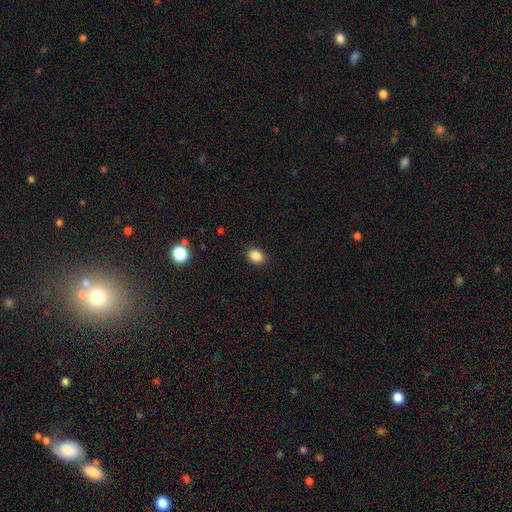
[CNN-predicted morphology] Smooth or featured: smooth — 87% (star or artifact — 9%)
How rounded: in between — 73% (round — 26%)
Merging: none — 89% (minor disturbance — 8%)